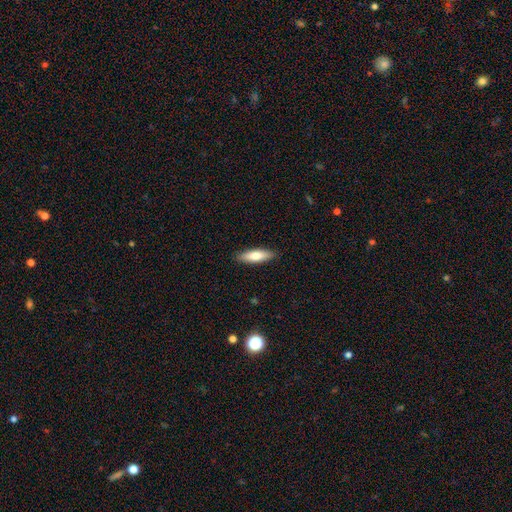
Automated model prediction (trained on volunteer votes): Morphology: type=smooth (76%); roundness=cigar-shaped (52%); merging=none (89%).